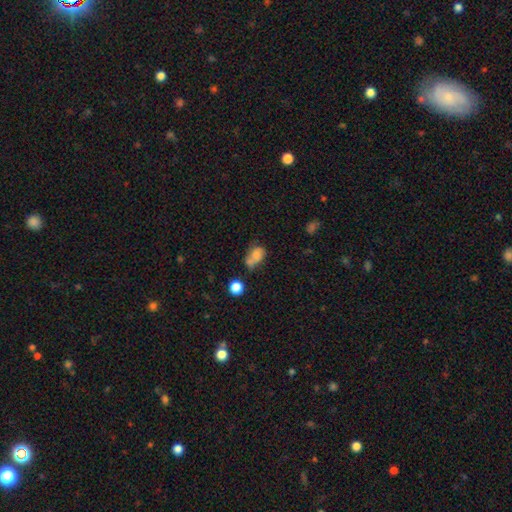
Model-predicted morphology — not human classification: Q: Smooth or featured?
A: smooth (67%); runner-up: featured or disk (21%)
Q: How rounded?
A: in between (66%); runner-up: round (32%)
Q: Merging?
A: merger (38%); runner-up: none (30%)